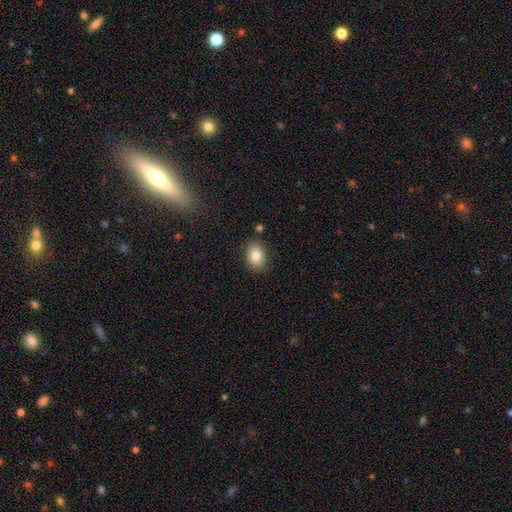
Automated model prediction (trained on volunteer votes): The model was most divided on "how rounded": in between: 68%, round: 31%, cigar-shaped: 1%. More confident: merging — none (84%); smooth or featured — smooth (82%).